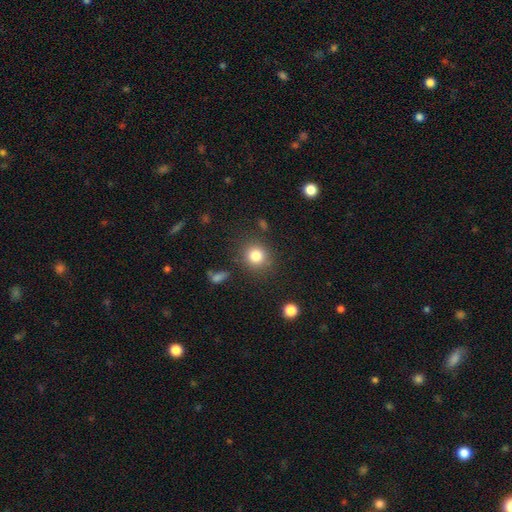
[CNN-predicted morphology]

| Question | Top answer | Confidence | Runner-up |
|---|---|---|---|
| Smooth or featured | smooth | 82% | star or artifact (11%) |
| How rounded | round | 87% | in between (12%) |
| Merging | none | 85% | minor disturbance (9%) |